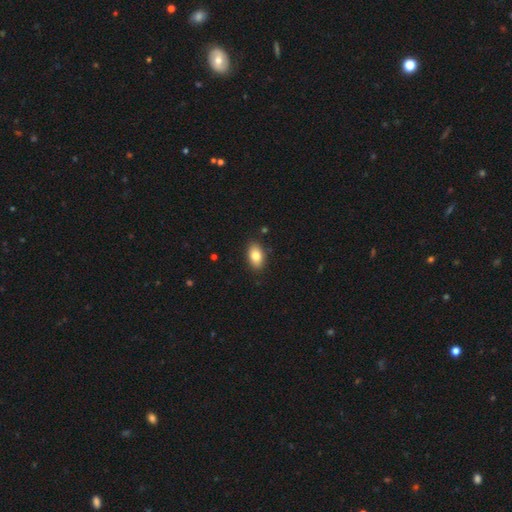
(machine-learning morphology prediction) smooth-or-featured: smooth: 81% | featured or disk: 12% | star or artifact: 8%
  how-rounded: in between: 90% | round: 7% | cigar-shaped: 3%
  merging: none: 87% | minor disturbance: 10% | major disturbance: 2% | merger: 1%